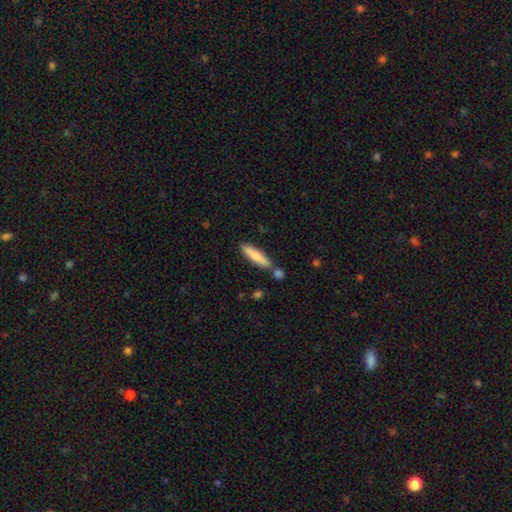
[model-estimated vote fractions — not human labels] Smooth or featured? smooth (78%)
How rounded? cigar-shaped (81%)
Merging? none (75%)